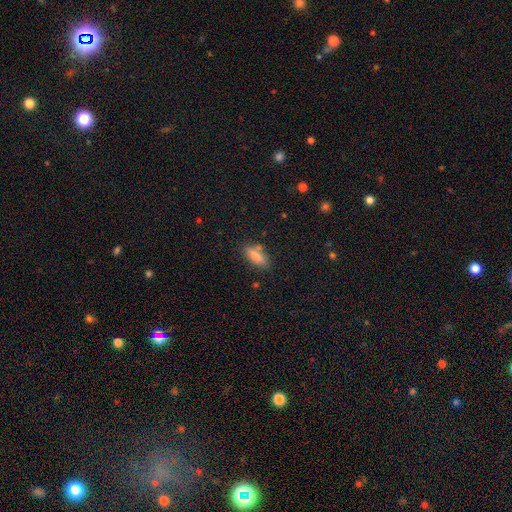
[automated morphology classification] Smooth or featured? Predicted: smooth (p=0.79). How rounded? Predicted: in between (p=0.72). Merging? Predicted: none (p=0.76).